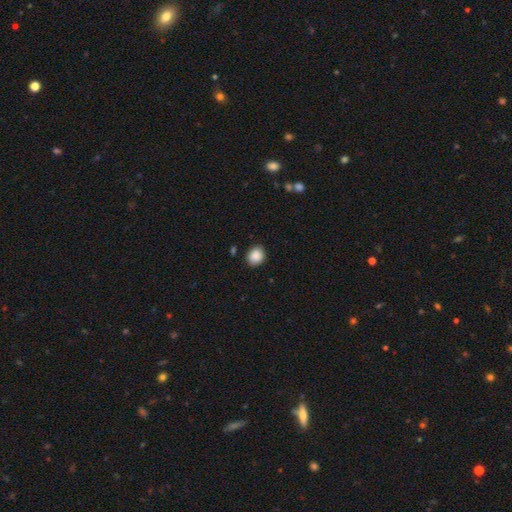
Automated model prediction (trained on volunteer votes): smooth 88%, star or artifact 8%, featured or disk 3%. Down the decision tree: how rounded — round (62%); merging — none (85%).